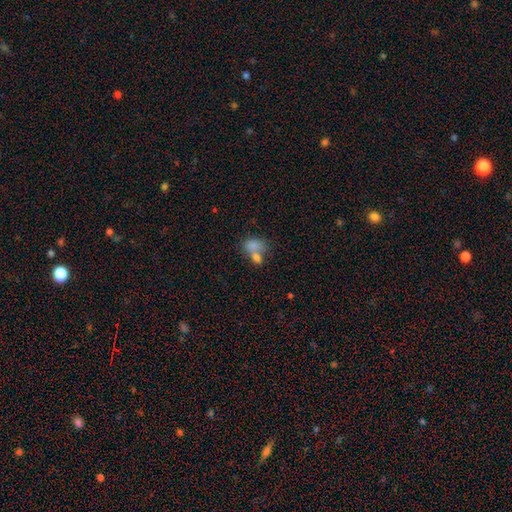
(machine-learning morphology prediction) A smooth galaxy with no disk features (60%) that is in between round and cigar-shaped (53%).

Vote fractions:
- Smooth or featured? smooth: 60% / star or artifact: 22% / featured or disk: 18%
- How rounded? in between: 53% / round: 44% / cigar-shaped: 3%
- Merging? merger: 46% / none: 37% / minor disturbance: 10% / major disturbance: 7%